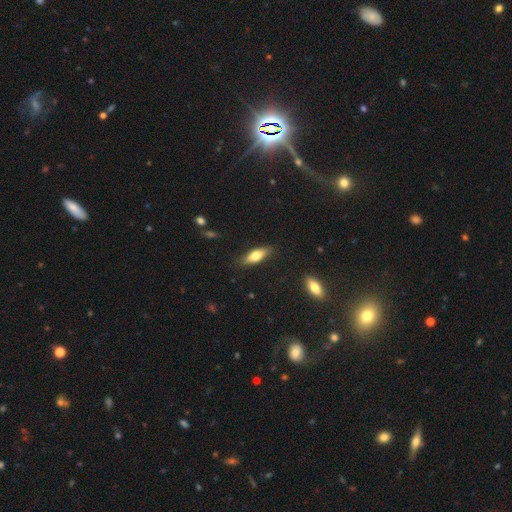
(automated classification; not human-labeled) Smooth or featured?
  - smooth: 71% *
  - featured or disk: 22%
  - star or artifact: 6%
How rounded?
  - in between: 64% *
  - cigar-shaped: 33%
  - round: 3%
Merging?
  - none: 84% *
  - minor disturbance: 12%
  - major disturbance: 3%
  - merger: 1%